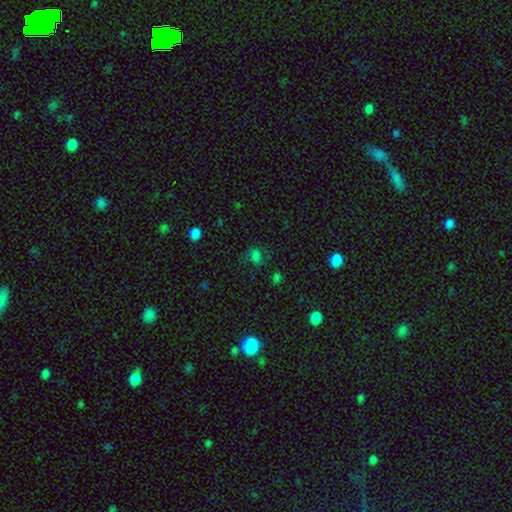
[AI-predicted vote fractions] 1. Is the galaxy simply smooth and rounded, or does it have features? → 61% smooth, 23% star or artifact, 16% featured or disk.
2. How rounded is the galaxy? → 51% in between, 47% round, 2% cigar-shaped.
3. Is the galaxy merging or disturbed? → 57% none, 23% minor disturbance, 17% major disturbance, 3% merger.